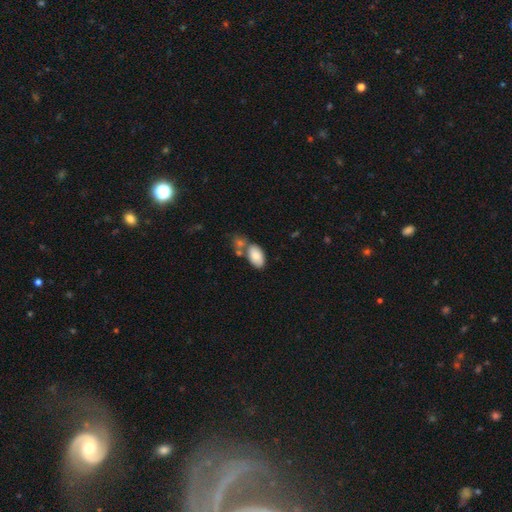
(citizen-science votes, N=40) This appears to be a smooth galaxy with no disk features (80%) that is in between round and cigar-shaped (97%). Merging: none (55%).